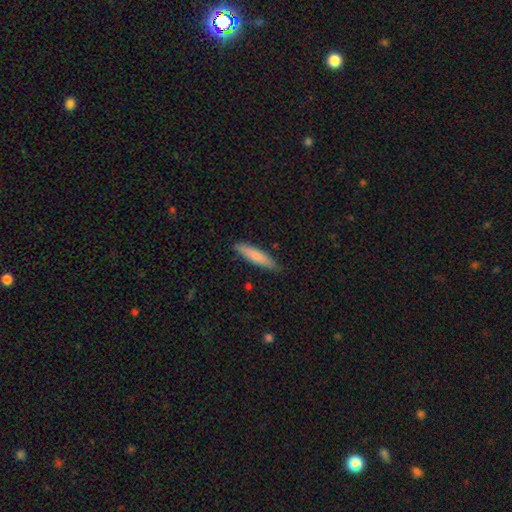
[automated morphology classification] Smooth or featured? smooth (78%)
How rounded? cigar-shaped (84%)
Merging? none (85%)